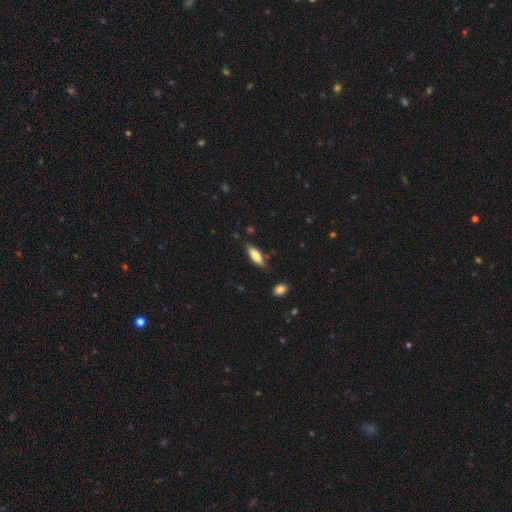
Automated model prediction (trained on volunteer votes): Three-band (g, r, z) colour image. It shows a smooth galaxy with no disk features (79%) that is in between round and cigar-shaped (55%). Merging: none (79%).